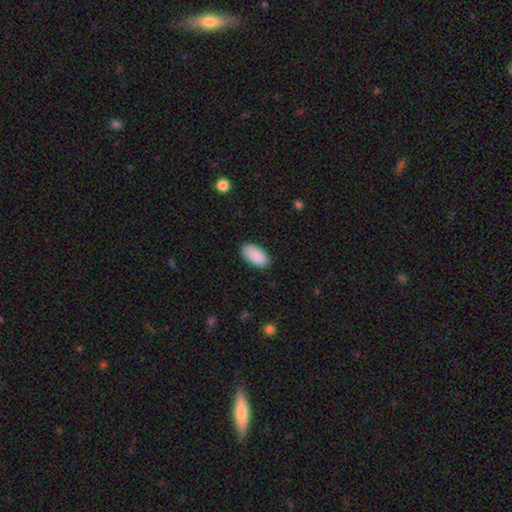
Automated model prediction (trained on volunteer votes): Smooth or featured?
  - smooth: 90% *
  - star or artifact: 6%
  - featured or disk: 4%
How rounded?
  - in between: 95% *
  - cigar-shaped: 3%
  - round: 2%
Merging?
  - none: 85% *
  - minor disturbance: 11%
  - major disturbance: 2%
  - merger: 1%